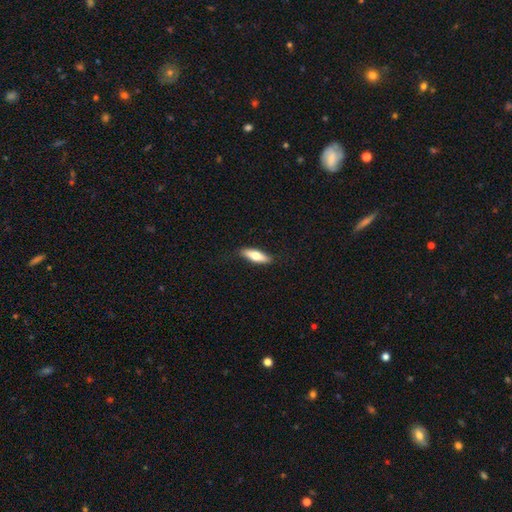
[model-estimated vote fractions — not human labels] This appears to be a smooth galaxy with no disk features (65%) that is cigar-shaped (51%). Merging: none (86%).